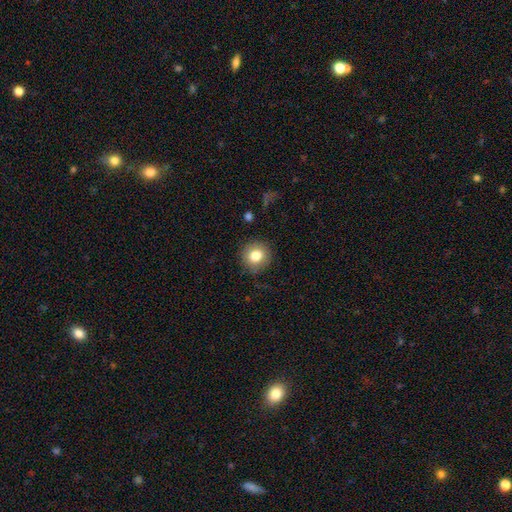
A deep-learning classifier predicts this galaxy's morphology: type=smooth (81%); roundness=round (91%); merging=none (88%).